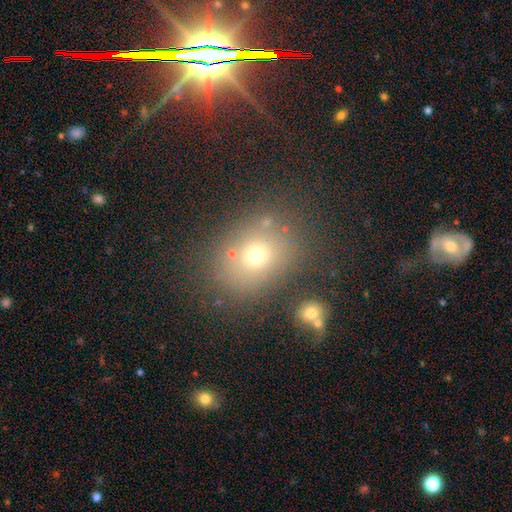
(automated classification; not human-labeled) Q: Smooth or featured?
A: smooth (64%); runner-up: star or artifact (22%)
Q: How rounded?
A: round (50%); runner-up: in between (49%)
Q: Merging?
A: none (76%); runner-up: minor disturbance (12%)